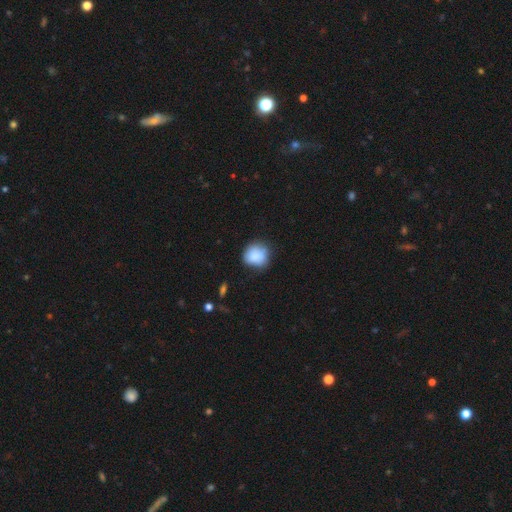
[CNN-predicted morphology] A smooth galaxy with no disk features (86%) that is round (80%). Merging: none (66%).